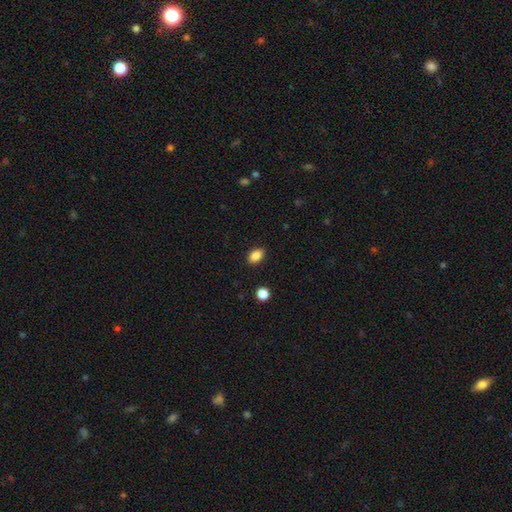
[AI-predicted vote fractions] Smooth or featured? Predicted: smooth (p=0.87). How rounded? Predicted: in between (p=0.83). Merging? Predicted: none (p=0.89).